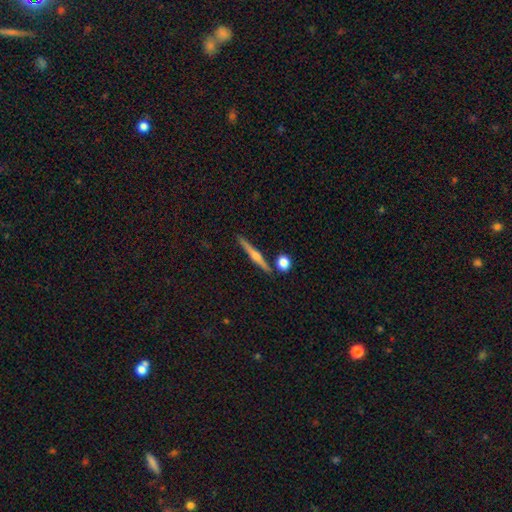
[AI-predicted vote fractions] featured or disk 71%, smooth 21%, star or artifact 8%. Down the decision tree: edge-on disk — yes (98%); edge-on bulge — rounded (84%); merging — none (87%).